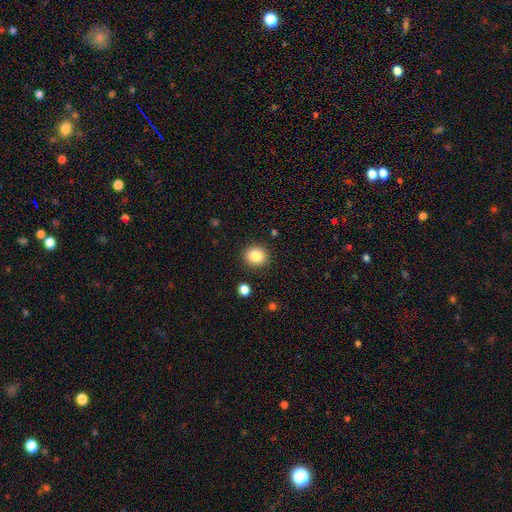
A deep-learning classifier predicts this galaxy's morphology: smooth-or-featured: smooth: 86% | star or artifact: 9% | featured or disk: 5%
  how-rounded: round: 80% | in between: 19% | cigar-shaped: 1%
  merging: none: 88% | minor disturbance: 7% | major disturbance: 3% | merger: 2%